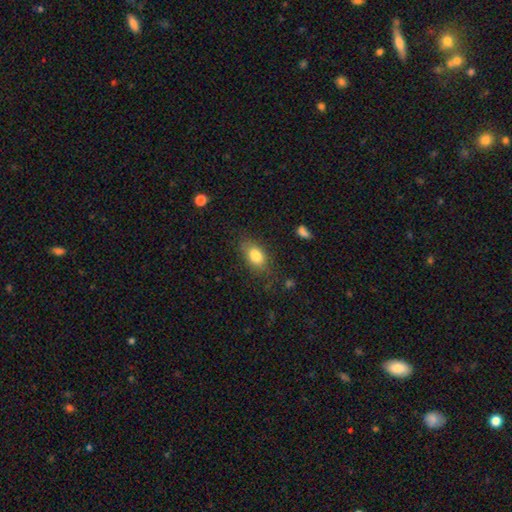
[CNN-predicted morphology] smooth_or_featured: smooth (p=0.82) [alt: featured or disk p=0.10]
how_rounded: in between (p=0.86) [alt: round p=0.10]
merging: none (p=0.73) [alt: minor disturbance p=0.18]